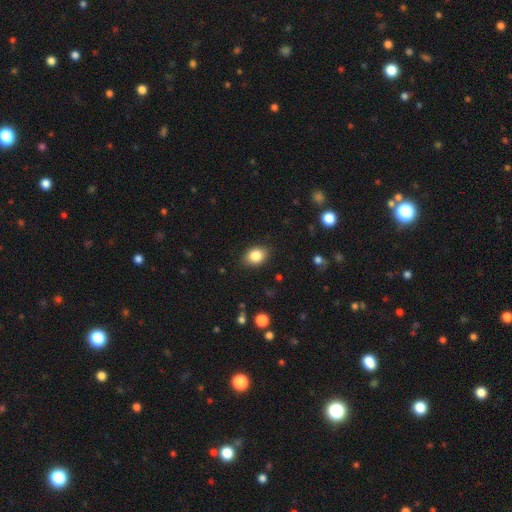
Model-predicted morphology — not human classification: Smooth or featured?
  - smooth: 85% *
  - star or artifact: 9%
  - featured or disk: 6%
How rounded?
  - in between: 68% *
  - round: 31%
  - cigar-shaped: 1%
Merging?
  - none: 87% *
  - minor disturbance: 10%
  - major disturbance: 2%
  - merger: 1%